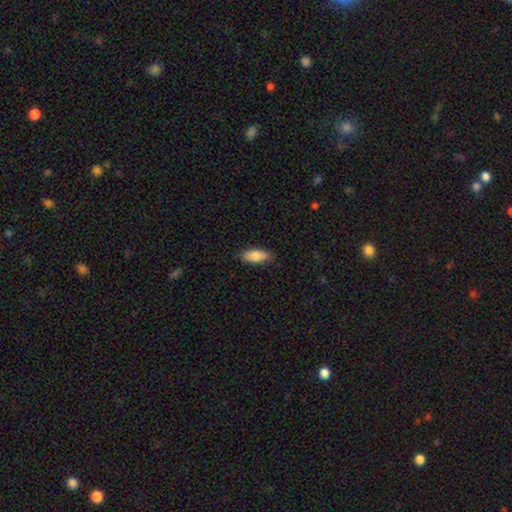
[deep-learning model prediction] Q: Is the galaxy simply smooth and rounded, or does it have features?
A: smooth — 84%.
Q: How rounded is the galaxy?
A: in between — 82%.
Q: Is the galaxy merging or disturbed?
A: none — 84%.